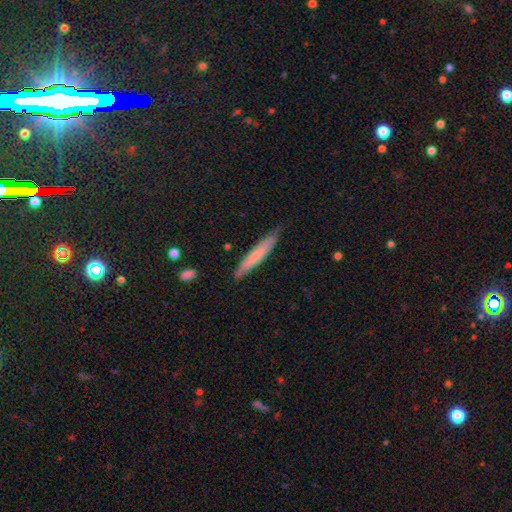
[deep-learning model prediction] Smooth or featured? Predicted: smooth (p=0.65). How rounded? Predicted: cigar-shaped (p=0.93). Merging? Predicted: none (p=0.80).